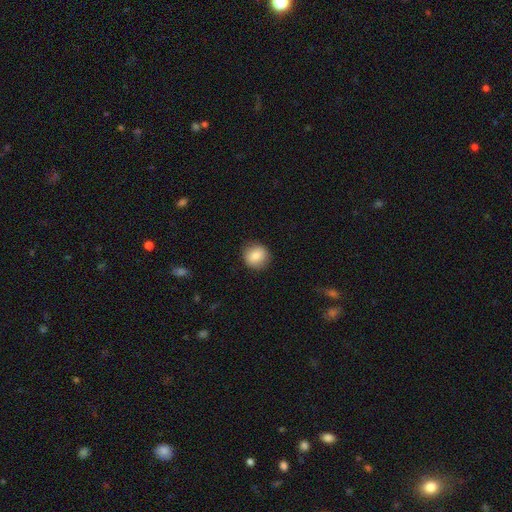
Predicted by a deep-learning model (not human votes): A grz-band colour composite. It shows a smooth galaxy with no disk features (84%) that is round (88%). Merging: none (87%).